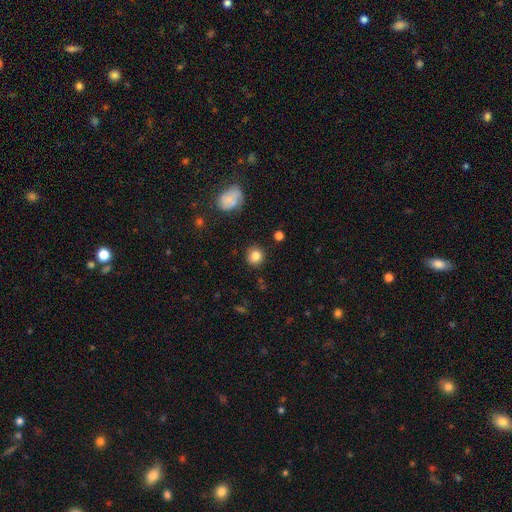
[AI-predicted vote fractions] smooth_or_featured: smooth (p=0.83) [alt: star or artifact p=0.11]
how_rounded: round (p=0.89) [alt: in between p=0.10]
merging: none (p=0.88) [alt: minor disturbance p=0.08]